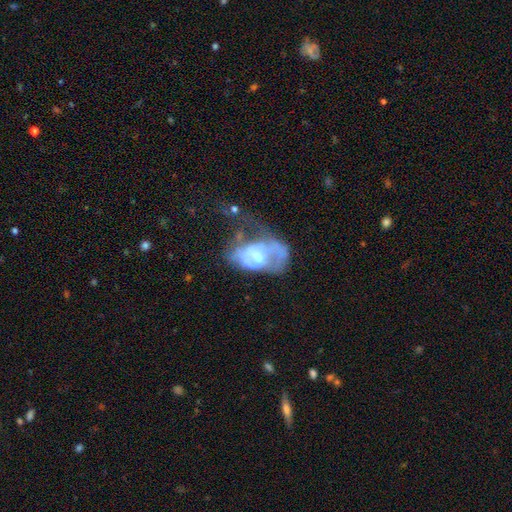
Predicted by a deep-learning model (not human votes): featured or disk 62%, smooth 29%, star or artifact 9%. Down the decision tree: edge-on disk — no (96%); bar — no (64%); spiral arms — no (66%); bulge size — moderate (50%); merging — major disturbance (53%).